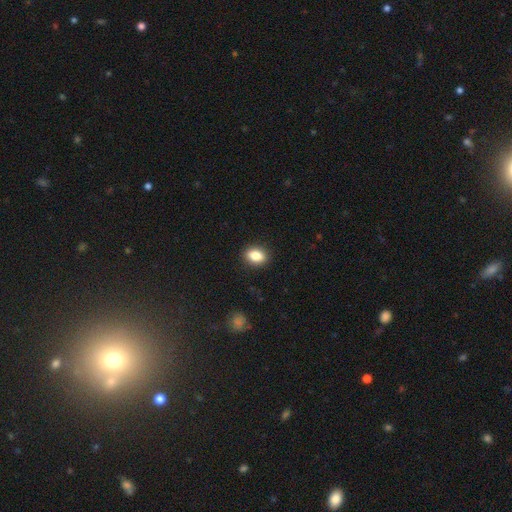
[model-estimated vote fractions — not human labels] Smooth or featured? Predicted: smooth (p=0.84). How rounded? Predicted: in between (p=0.75). Merging? Predicted: none (p=0.89).